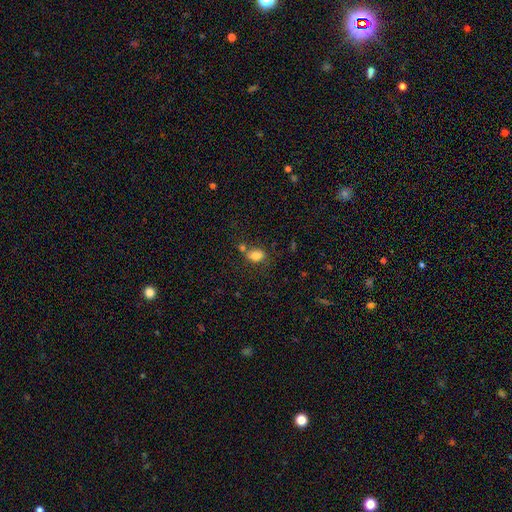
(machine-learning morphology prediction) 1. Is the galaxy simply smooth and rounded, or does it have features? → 79% smooth, 10% featured or disk, 10% star or artifact.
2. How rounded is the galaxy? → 72% in between, 27% round, 2% cigar-shaped.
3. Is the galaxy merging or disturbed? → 52% none, 24% merger, 18% minor disturbance, 6% major disturbance.